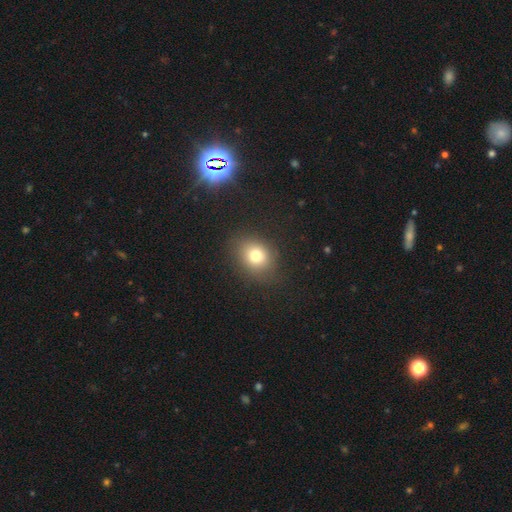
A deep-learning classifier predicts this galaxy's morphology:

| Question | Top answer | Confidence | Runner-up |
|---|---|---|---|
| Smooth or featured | smooth | 76% | star or artifact (14%) |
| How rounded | round | 61% | in between (38%) |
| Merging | none | 83% | minor disturbance (11%) |